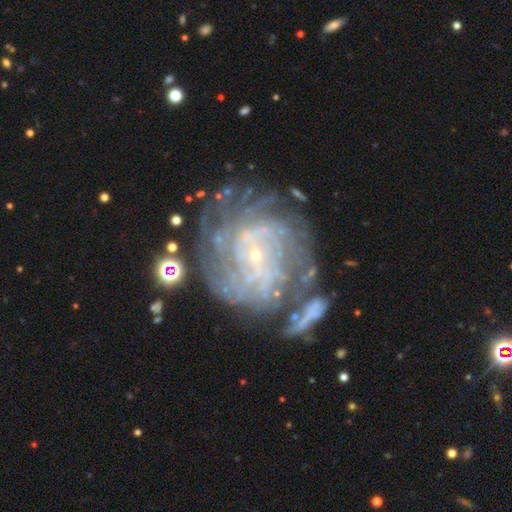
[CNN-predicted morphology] Smooth or featured?
  - featured or disk: 86% *
  - star or artifact: 8%
  - smooth: 7%
Edge-on disk?
  - no: 97% *
  - yes: 3%
Bar?
  - no: 59% *
  - weak: 30%
  - strong: 11%
Spiral arms?
  - yes: 94% *
  - no: 6%
Spiral winding?
  - tight: 70% *
  - medium: 23%
  - loose: 7%
Spiral arm count?
  - can't tell: 34% *
  - more than 4: 20%
  - 4: 18%
  - 3: 11%
  - 2: 10%
  - 1: 7%
Bulge size?
  - small: 88% *
  - moderate: 7%
  - none: 3%
  - large: 1%
  - dominant: 1%
Merging?
  - none: 56% *
  - minor disturbance: 18%
  - major disturbance: 14%
  - merger: 12%